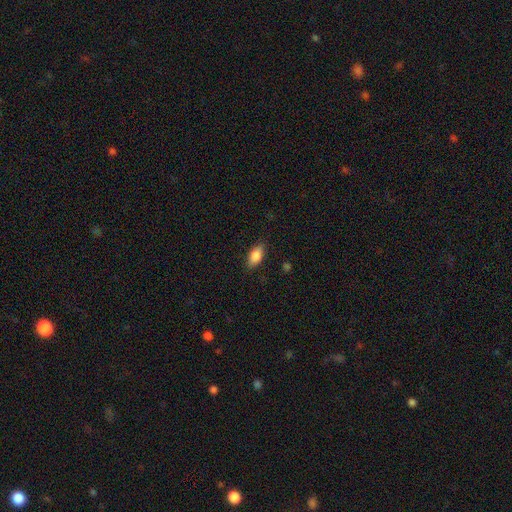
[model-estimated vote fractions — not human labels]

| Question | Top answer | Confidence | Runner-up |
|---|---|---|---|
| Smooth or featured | smooth | 85% | featured or disk (8%) |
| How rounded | in between | 89% | cigar-shaped (8%) |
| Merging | none | 85% | minor disturbance (11%) |